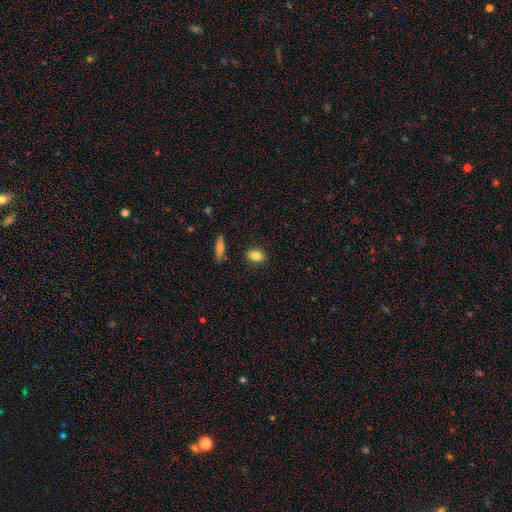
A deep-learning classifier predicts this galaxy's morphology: The model was most divided on "how rounded": in between: 73%, round: 23%, cigar-shaped: 3%. More confident: merging — none (88%); smooth or featured — smooth (84%).